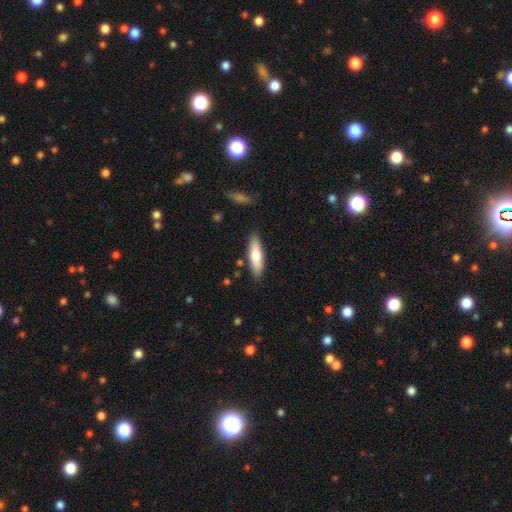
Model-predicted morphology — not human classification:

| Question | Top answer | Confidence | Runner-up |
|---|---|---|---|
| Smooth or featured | smooth | 67% | featured or disk (27%) |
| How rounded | cigar-shaped | 59% | in between (39%) |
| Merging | none | 85% | minor disturbance (10%) |